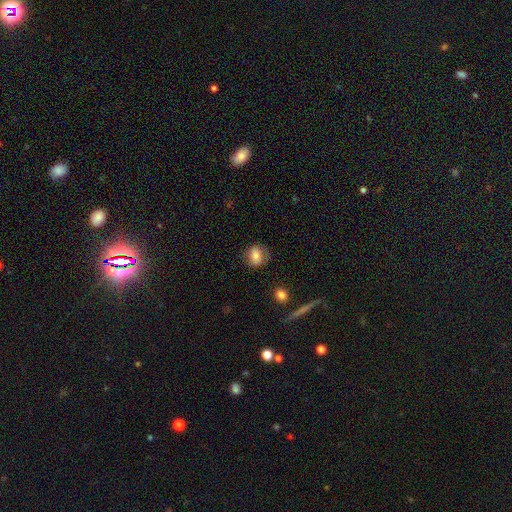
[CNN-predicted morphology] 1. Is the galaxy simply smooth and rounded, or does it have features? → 74% smooth, 18% featured or disk, 9% star or artifact.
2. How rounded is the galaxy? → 57% round, 41% in between, 2% cigar-shaped.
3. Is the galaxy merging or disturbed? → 74% none, 17% minor disturbance, 7% major disturbance, 2% merger.